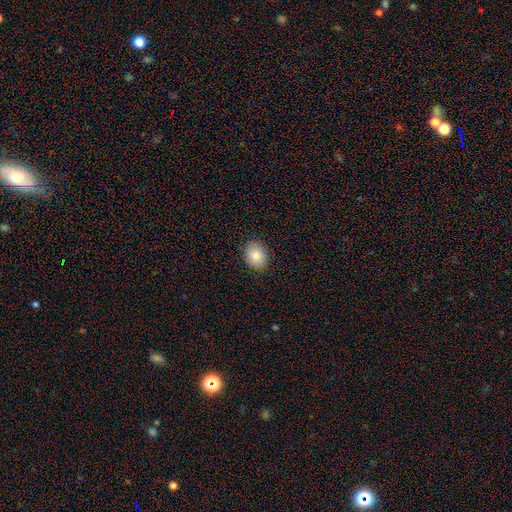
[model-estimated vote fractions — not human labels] The model was most divided on "how rounded": in between: 56%, round: 43%, cigar-shaped: 1%. More confident: merging — none (89%); smooth or featured — smooth (85%).